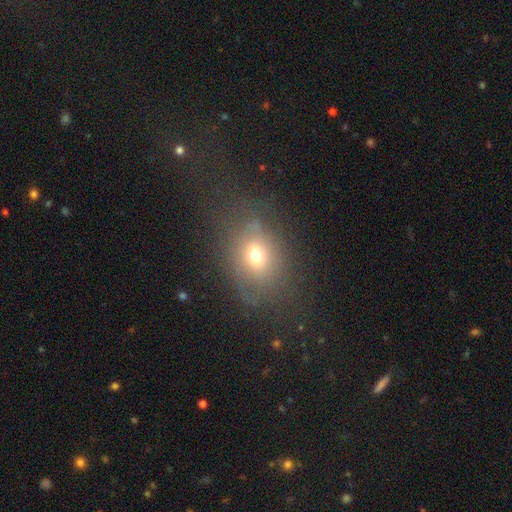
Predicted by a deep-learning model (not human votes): smooth-or-featured: smooth: 64% | featured or disk: 20% | star or artifact: 16%
  how-rounded: in between: 51% | round: 47% | cigar-shaped: 2%
  merging: none: 62% | minor disturbance: 19% | major disturbance: 17% | merger: 2%